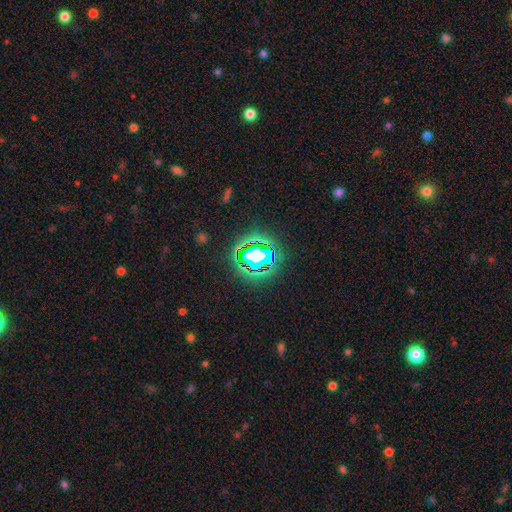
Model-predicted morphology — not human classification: Smooth or featured?
  - star or artifact: 64% *
  - smooth: 22%
  - featured or disk: 14%